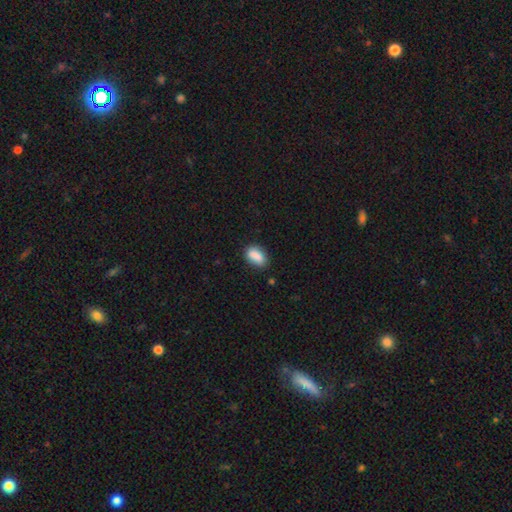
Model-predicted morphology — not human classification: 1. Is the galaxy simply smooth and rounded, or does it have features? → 87% smooth, 8% star or artifact, 6% featured or disk.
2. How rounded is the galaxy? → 88% in between, 7% round, 6% cigar-shaped.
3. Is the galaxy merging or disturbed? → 75% none, 18% minor disturbance, 4% merger, 3% major disturbance.